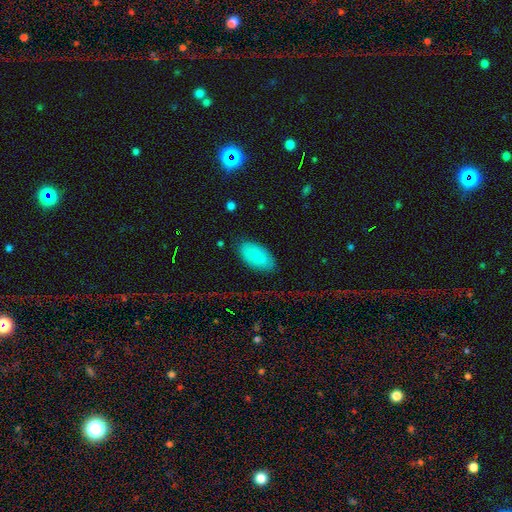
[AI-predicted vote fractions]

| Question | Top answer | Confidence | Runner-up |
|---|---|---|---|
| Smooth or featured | smooth | 81% | featured or disk (11%) |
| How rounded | in between | 95% | cigar-shaped (3%) |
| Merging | none | 83% | minor disturbance (12%) |